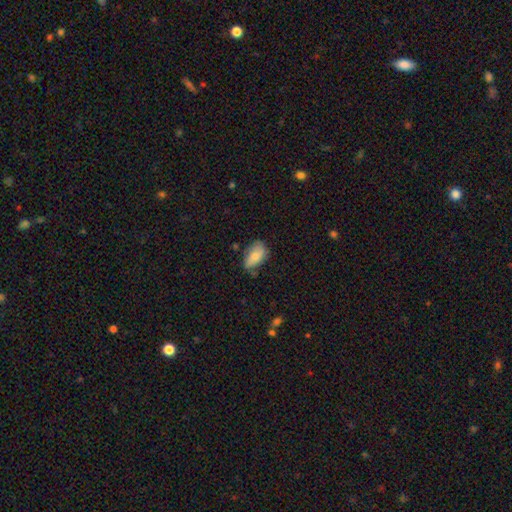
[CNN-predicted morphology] The model was most divided on "merging": none: 58%, minor disturbance: 31%, major disturbance: 7%, merger: 4%. More confident: how rounded — in between (92%); smooth or featured — smooth (78%).